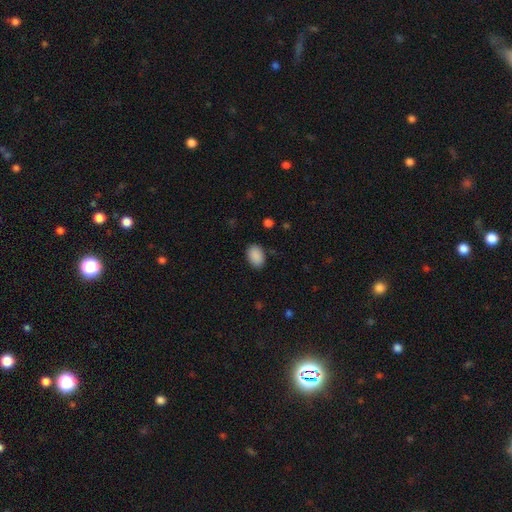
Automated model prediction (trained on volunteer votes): Smooth or featured?
  - smooth: 90% *
  - star or artifact: 7%
  - featured or disk: 3%
How rounded?
  - in between: 84% *
  - round: 14%
  - cigar-shaped: 1%
Merging?
  - none: 86% *
  - minor disturbance: 10%
  - major disturbance: 3%
  - merger: 1%